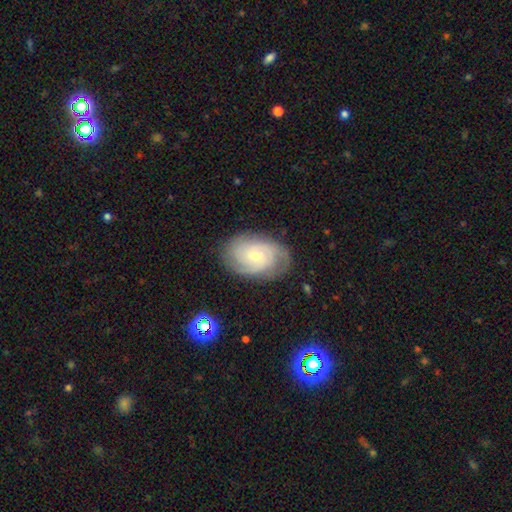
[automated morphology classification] Smooth or featured? featured or disk (78%)
Edge-on disk? no (97%)
Bar? no (57%)
Spiral arms? yes (95%)
Spiral winding? tight (64%)
Spiral arm count? can't tell (29%)
Bulge size? small (70%)
Merging? none (79%)